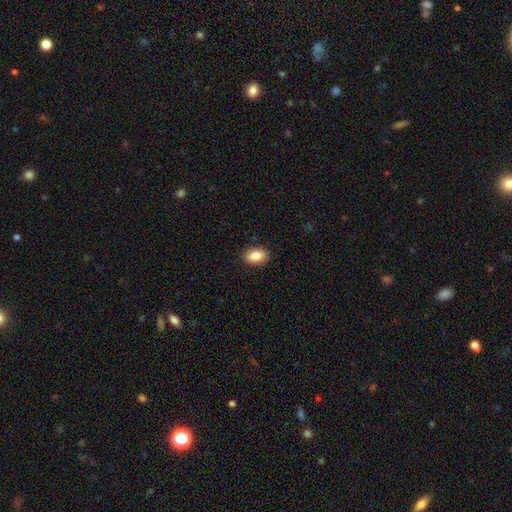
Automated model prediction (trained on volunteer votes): smooth_or_featured: smooth (p=0.84) [alt: featured or disk p=0.08]
how_rounded: in between (p=0.86) [alt: round p=0.13]
merging: none (p=0.89) [alt: minor disturbance p=0.08]